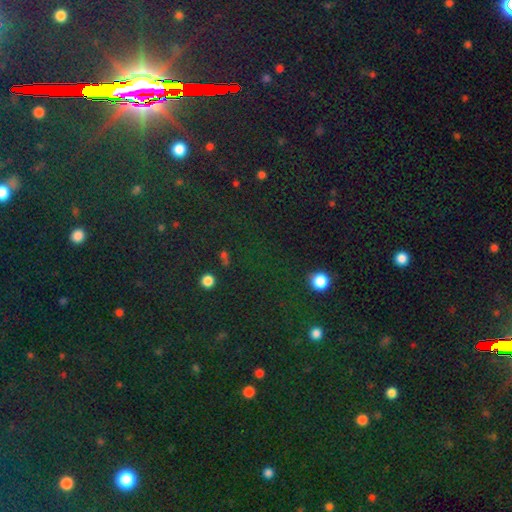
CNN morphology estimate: Smooth or featured?
  - star or artifact: 80% *
  - smooth: 12%
  - featured or disk: 8%